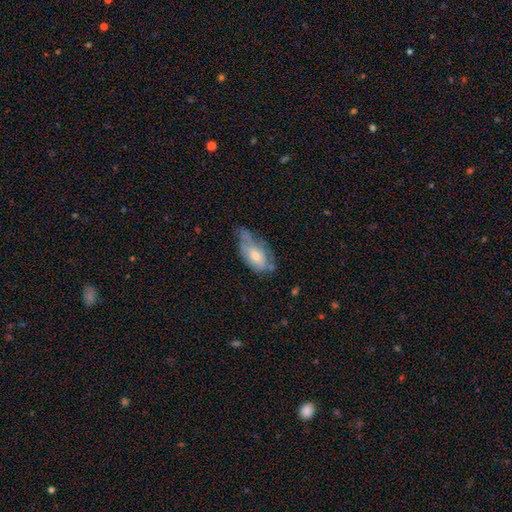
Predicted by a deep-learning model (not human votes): The model was most divided on "merging": minor disturbance: 39%, none: 31%, major disturbance: 26%, merger: 5%. More confident: how rounded — in between (89%); smooth or featured — smooth (56%).